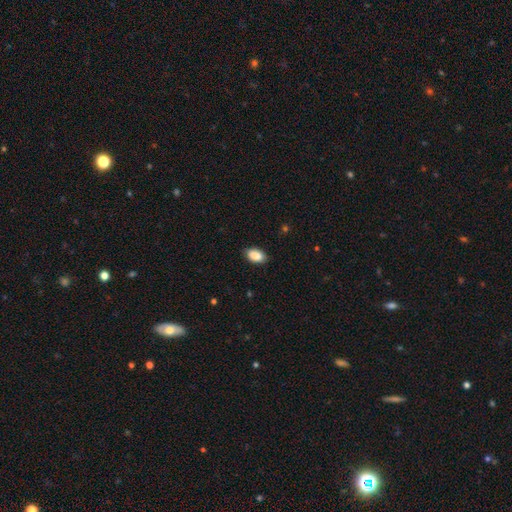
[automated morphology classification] Q: Smooth or featured?
A: smooth (89%); runner-up: star or artifact (7%)
Q: How rounded?
A: in between (93%); runner-up: round (6%)
Q: Merging?
A: none (86%); runner-up: minor disturbance (11%)